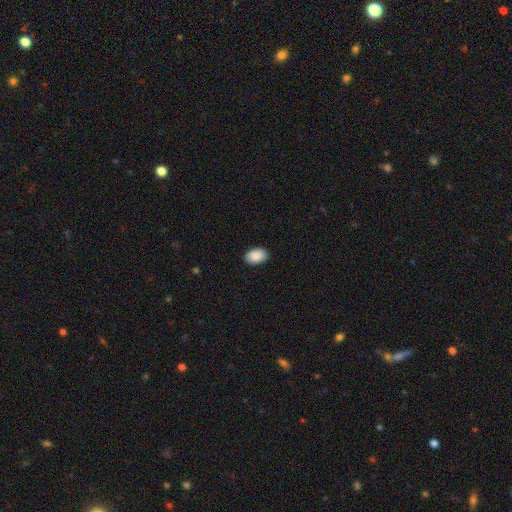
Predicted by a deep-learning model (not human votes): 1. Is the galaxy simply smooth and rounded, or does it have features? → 90% smooth, 7% star or artifact, 3% featured or disk.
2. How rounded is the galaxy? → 90% in between, 9% round, 1% cigar-shaped.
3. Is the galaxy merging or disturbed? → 89% none, 8% minor disturbance, 2% major disturbance, 1% merger.